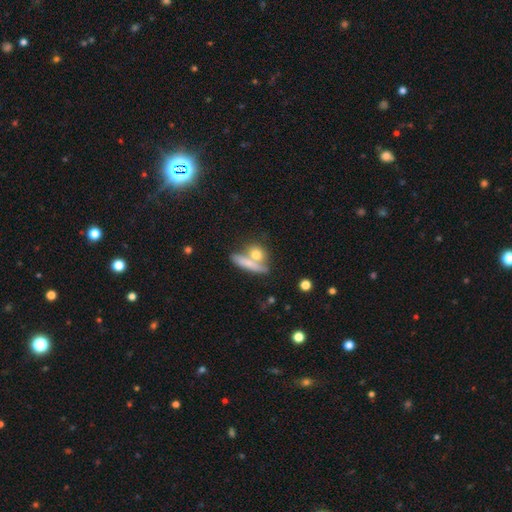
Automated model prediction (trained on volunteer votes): Smooth or featured: smooth — 56% (featured or disk — 30%)
How rounded: cigar-shaped — 35% (tied with in between — 35%)
Merging: none — 43% (merger — 41%)